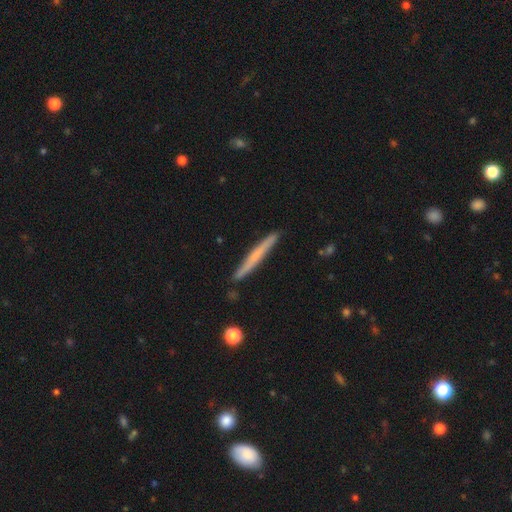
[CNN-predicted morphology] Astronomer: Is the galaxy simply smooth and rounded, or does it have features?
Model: smooth — 54% (runner-up: featured or disk, 40%).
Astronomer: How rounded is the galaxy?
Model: cigar-shaped — 97%.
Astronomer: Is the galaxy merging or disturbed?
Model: none — 90%.